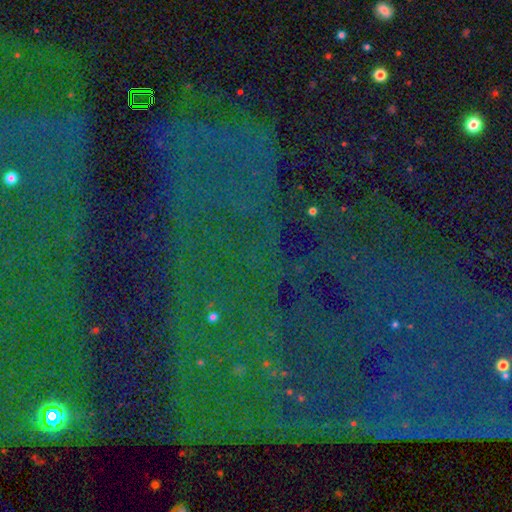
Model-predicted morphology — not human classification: A star or artifact, not a galaxy (84%).